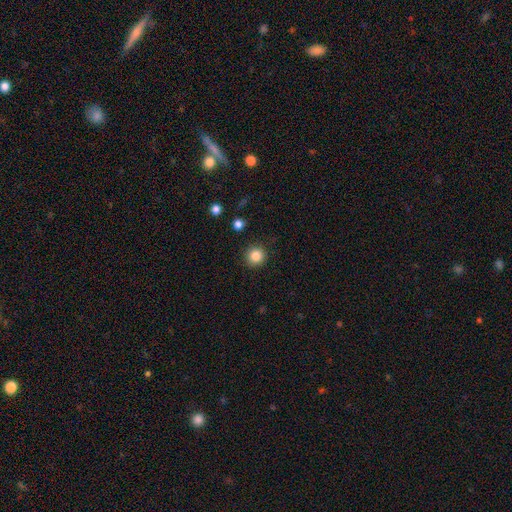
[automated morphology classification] Overall: smooth (85%). How rounded: round (94%). Merging: none (91%).